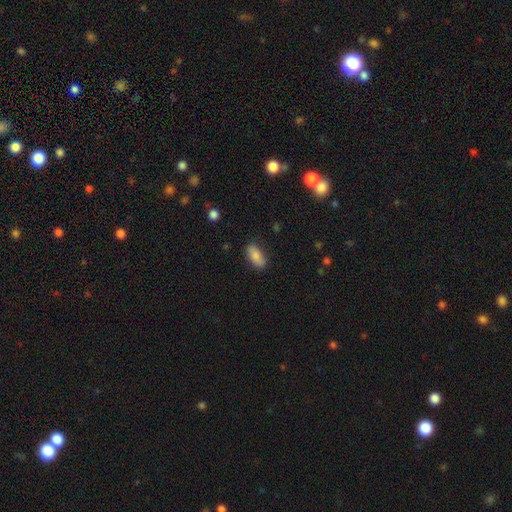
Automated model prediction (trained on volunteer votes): A smooth galaxy with no disk features (84%) that is in between round and cigar-shaped (89%). Merging: none (82%).